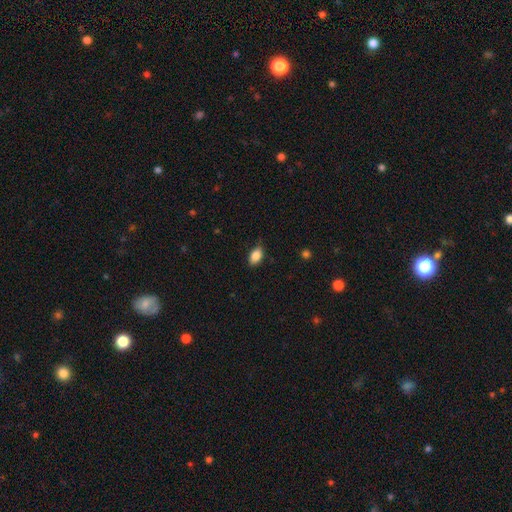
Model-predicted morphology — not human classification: Smooth or featured: smooth — 86% (star or artifact — 8%)
How rounded: in between — 89% (round — 9%)
Merging: none — 76% (minor disturbance — 19%)